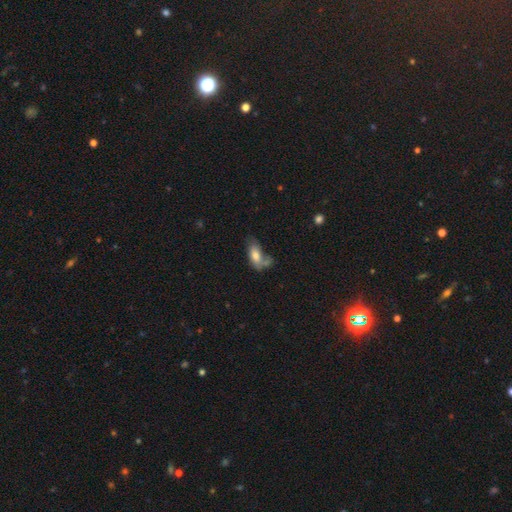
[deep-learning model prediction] Smooth or featured: smooth — 69% (featured or disk — 23%)
How rounded: in between — 86% (cigar-shaped — 9%)
Merging: none — 33% (merger — 24%)